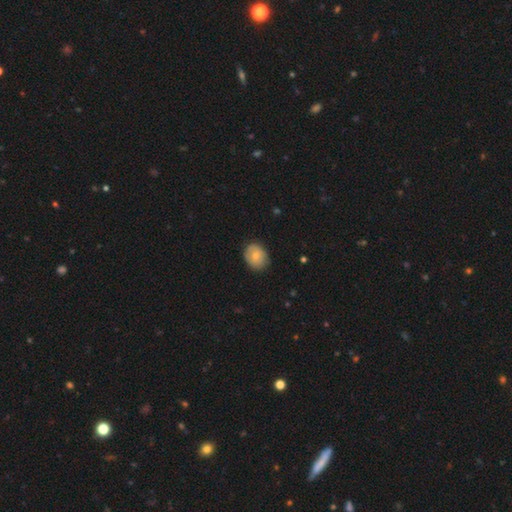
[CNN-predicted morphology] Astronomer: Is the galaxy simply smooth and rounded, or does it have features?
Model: smooth — 73%.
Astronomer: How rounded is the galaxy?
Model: round — 51% (runner-up: in between, 48%).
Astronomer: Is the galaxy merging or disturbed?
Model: none — 82%.